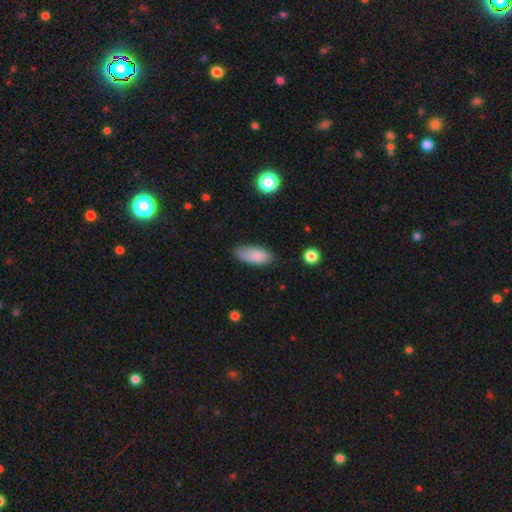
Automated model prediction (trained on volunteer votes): A smooth galaxy with no disk features (84%) that is in between round and cigar-shaped (85%). Merging: none (68%).